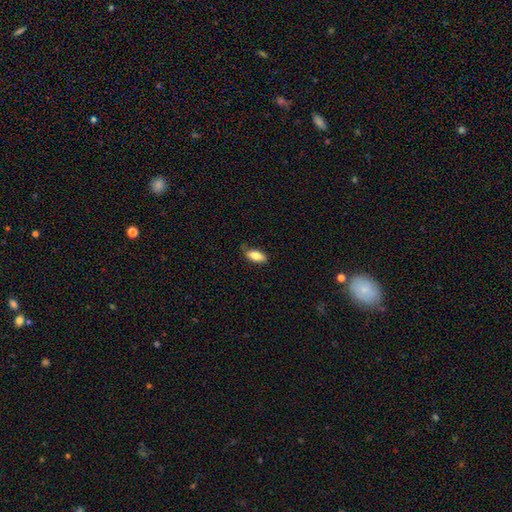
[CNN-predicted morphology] Smooth or featured: smooth — 83% (featured or disk — 10%)
How rounded: in between — 83% (cigar-shaped — 14%)
Merging: none — 72% (minor disturbance — 22%)